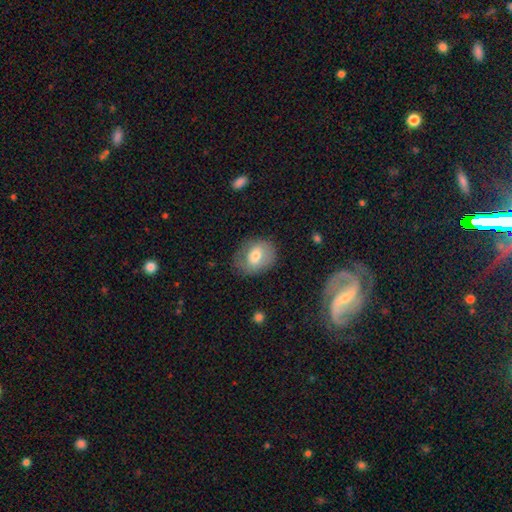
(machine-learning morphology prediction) Overall: smooth (66%; featured or disk 26%). How rounded: in between (52%; round 47%). Merging: none (68%).